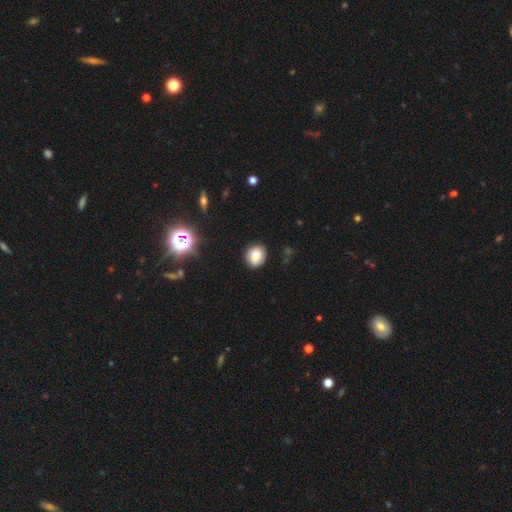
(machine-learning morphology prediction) smooth 79%, star or artifact 11%, featured or disk 10%. Down the decision tree: how rounded — round (73%); merging — none (85%).